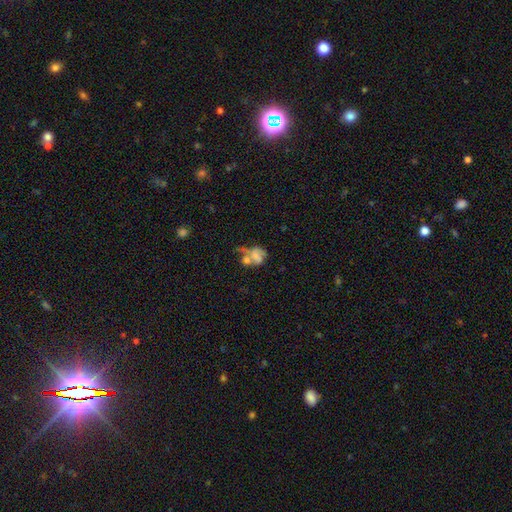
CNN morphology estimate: Smooth or featured? smooth (51%)
How rounded? in between (58%)
Merging? merger (43%)